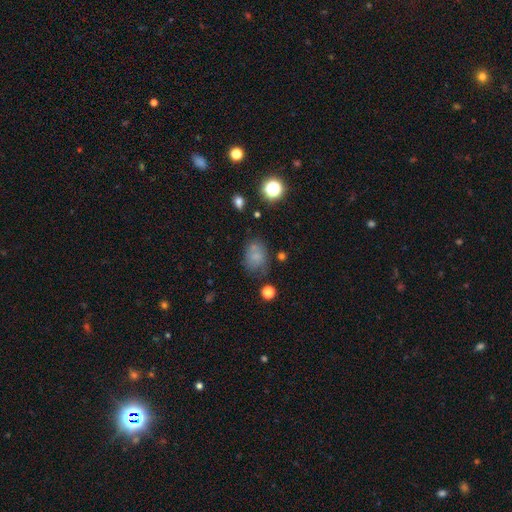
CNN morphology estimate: This appears to be a smooth galaxy with no disk features (70%) that is in between round and cigar-shaped (66%). Merging: none (56%).